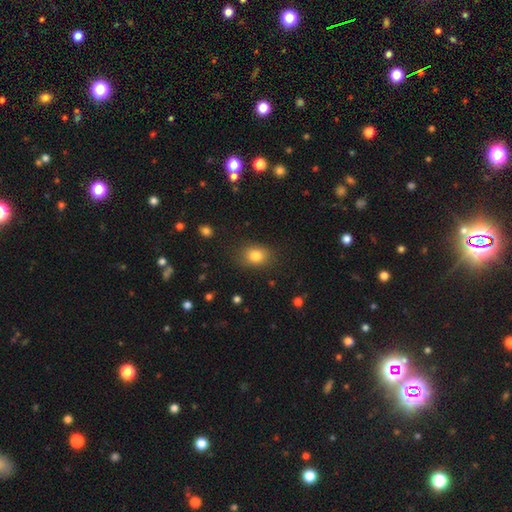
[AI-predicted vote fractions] This is clearly a smooth galaxy (82%). How rounded: possibly in between (55%). Merging: clearly none (83%).